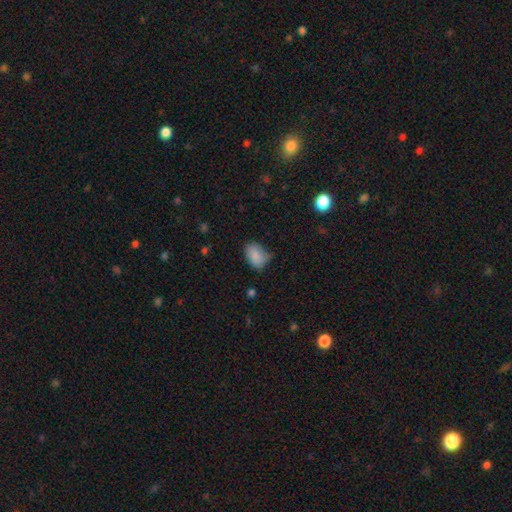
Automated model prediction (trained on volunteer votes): A smooth galaxy with no disk features (84%) that is in between round and cigar-shaped (78%). Merging: none (55%).